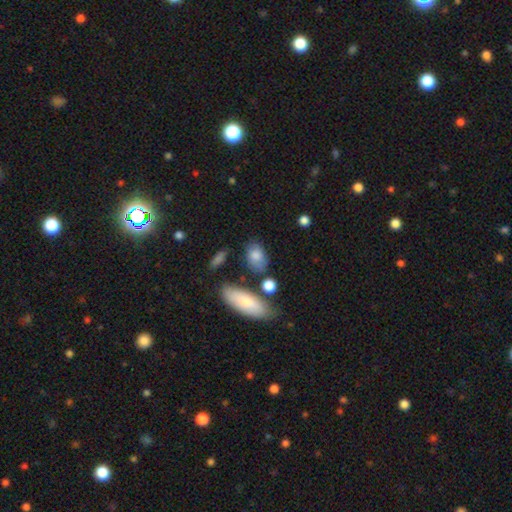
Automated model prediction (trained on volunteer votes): smooth 78%, featured or disk 14%, star or artifact 8%. Down the decision tree: how rounded — in between (80%); merging — none (59%).